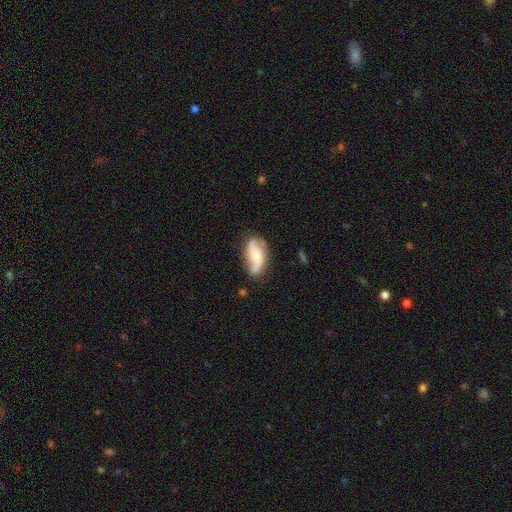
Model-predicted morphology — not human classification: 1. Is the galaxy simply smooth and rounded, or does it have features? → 68% featured or disk, 25% smooth, 7% star or artifact.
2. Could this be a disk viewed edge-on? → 94% no, 6% yes.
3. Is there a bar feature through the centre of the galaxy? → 59% no, 30% weak, 10% strong.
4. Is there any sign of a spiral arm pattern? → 91% yes, 9% no.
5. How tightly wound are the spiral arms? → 61% loose, 28% medium, 11% tight.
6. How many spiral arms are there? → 86% 2, 6% can't tell, 4% 1, 2% 3, 1% 4, 1% more than 4.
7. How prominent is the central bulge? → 43% small, 42% moderate, 7% none, 6% large, 2% dominant.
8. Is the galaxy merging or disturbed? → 66% none, 22% minor disturbance, 8% major disturbance, 3% merger.